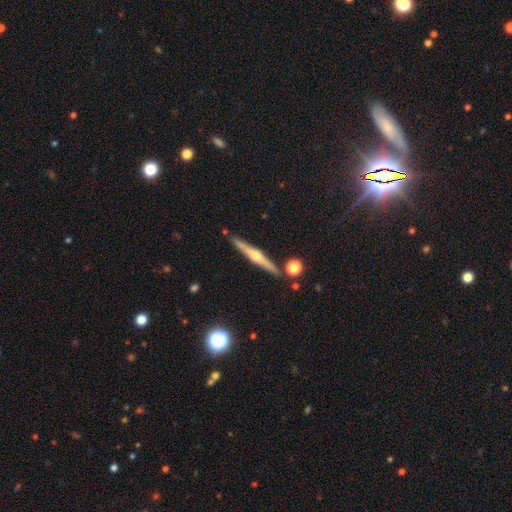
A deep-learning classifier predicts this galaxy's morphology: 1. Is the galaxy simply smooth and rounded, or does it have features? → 74% featured or disk, 19% smooth, 7% star or artifact.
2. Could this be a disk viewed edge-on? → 98% yes, 2% no.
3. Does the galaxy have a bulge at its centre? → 91% rounded, 5% none, 4% boxy.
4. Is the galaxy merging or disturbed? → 89% none, 7% minor disturbance, 3% merger, 2% major disturbance.